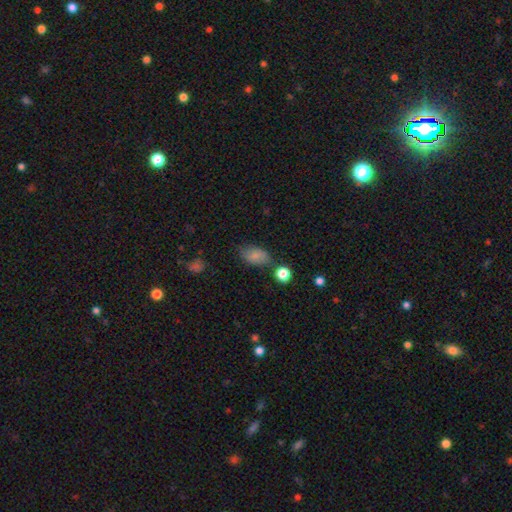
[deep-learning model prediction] smooth-or-featured: smooth: 76% | featured or disk: 14% | star or artifact: 10%
  how-rounded: in between: 88% | round: 10% | cigar-shaped: 2%
  merging: none: 69% | minor disturbance: 21% | major disturbance: 5% | merger: 5%